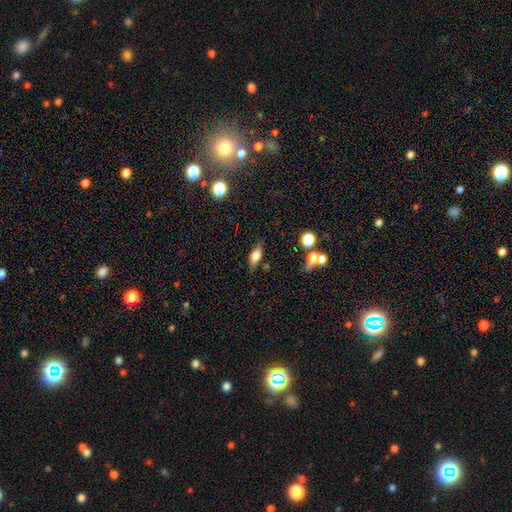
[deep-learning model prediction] smooth-or-featured: smooth: 52% | featured or disk: 39% | star or artifact: 10%
  how-rounded: in between: 65% | cigar-shaped: 27% | round: 7%
  merging: none: 74% | minor disturbance: 17% | major disturbance: 5% | merger: 4%